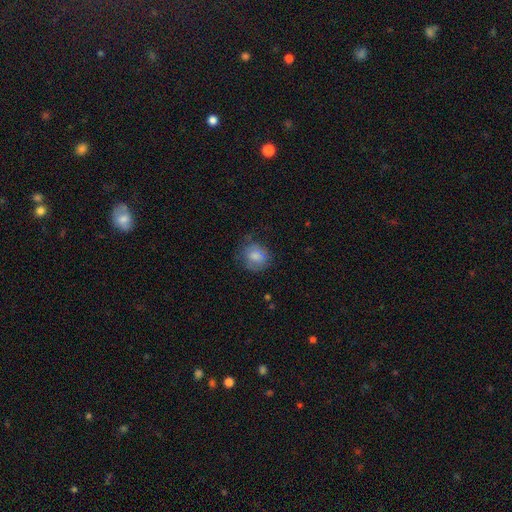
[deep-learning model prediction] Smooth or featured? smooth (76%)
How rounded? round (76%)
Merging? none (62%)